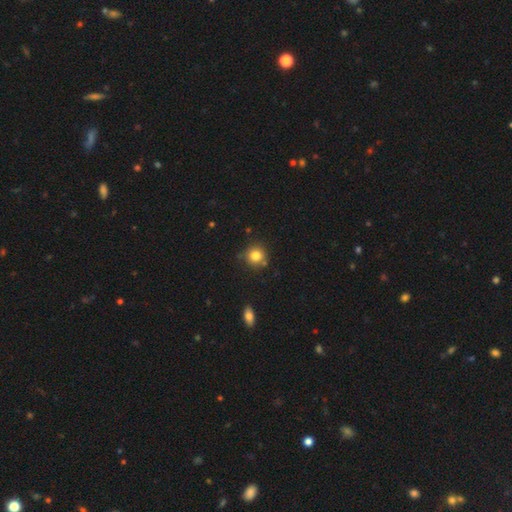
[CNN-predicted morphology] Smooth or featured? smooth (81%)
How rounded? round (91%)
Merging? none (78%)